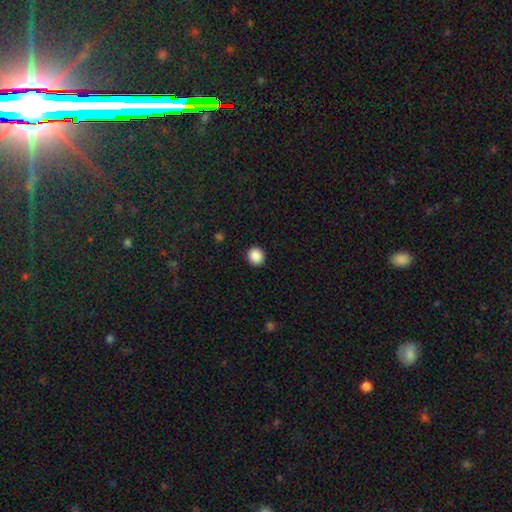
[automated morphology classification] Q: Smooth or featured?
A: smooth (89%); runner-up: star or artifact (9%)
Q: How rounded?
A: round (88%); runner-up: in between (11%)
Q: Merging?
A: none (92%); runner-up: minor disturbance (5%)